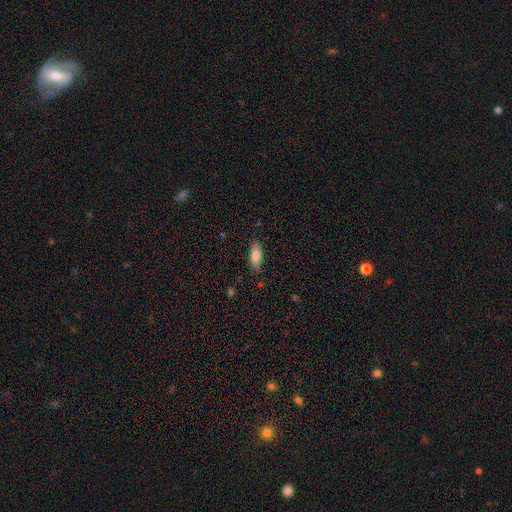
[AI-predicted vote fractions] The model was most divided on "how rounded": in between: 64%, cigar-shaped: 34%, round: 2%. More confident: merging — none (83%); smooth or featured — smooth (81%).